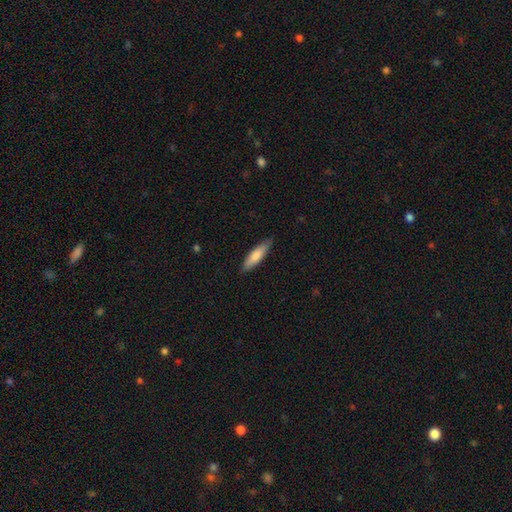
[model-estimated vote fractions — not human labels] Smooth or featured: smooth — 80% (featured or disk — 15%)
How rounded: cigar-shaped — 67% (in between — 32%)
Merging: none — 86% (minor disturbance — 11%)